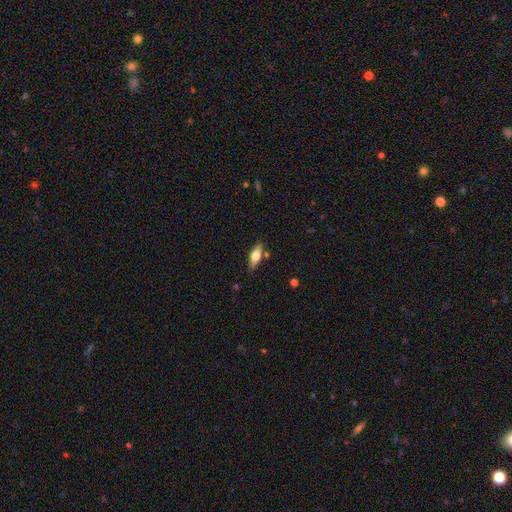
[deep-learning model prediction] Smooth or featured: smooth — 62% (featured or disk — 31%)
How rounded: in between — 71% (cigar-shaped — 26%)
Merging: none — 79% (minor disturbance — 14%)